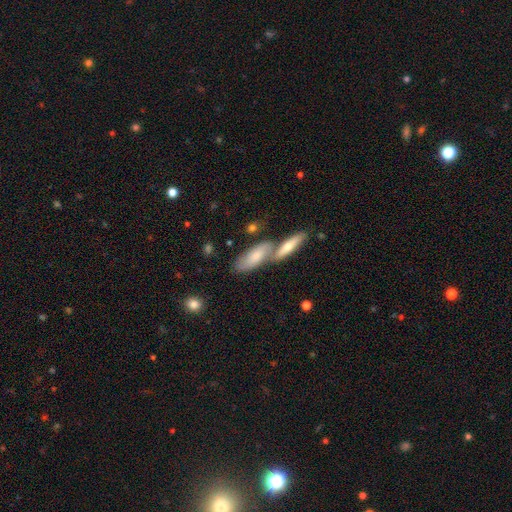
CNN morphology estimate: Smooth or featured: smooth — 67% (featured or disk — 27%)
How rounded: in between — 65% (cigar-shaped — 33%)
Merging: merger — 46% (none — 39%)